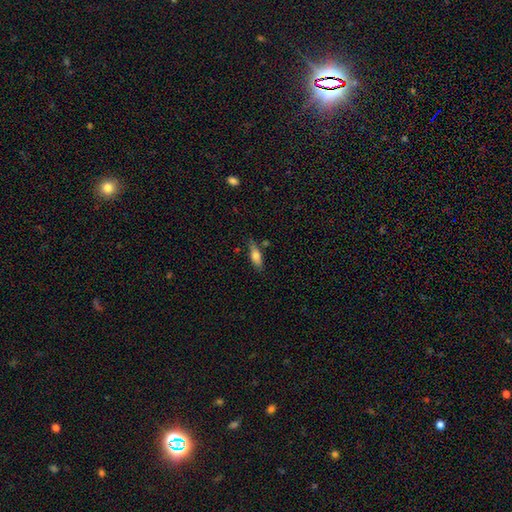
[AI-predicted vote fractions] Morphology: type=smooth (76%); roundness=in between (66%); merging=none (67%).